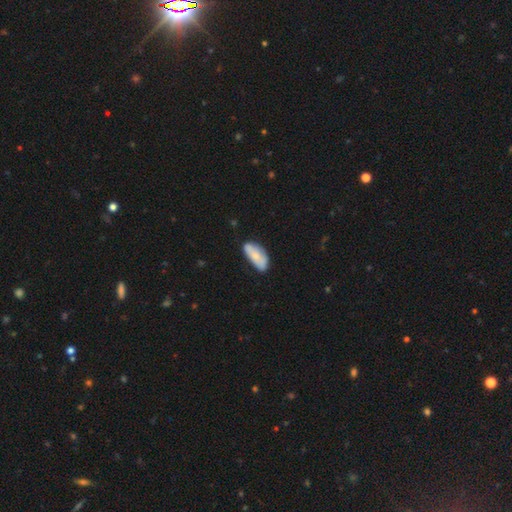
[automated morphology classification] Smooth or featured? Predicted: smooth (p=0.68). How rounded? Predicted: in between (p=0.90). Merging? Predicted: none (p=0.64).